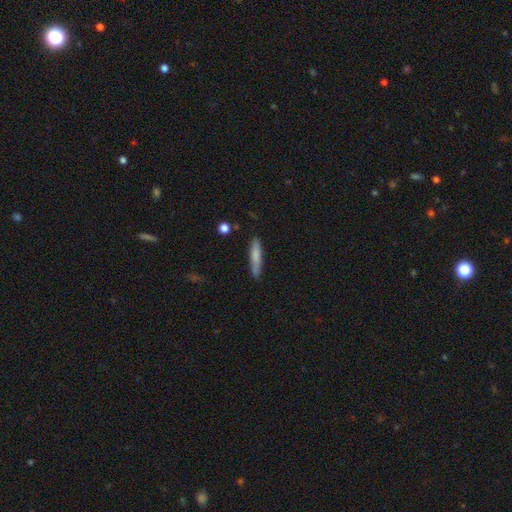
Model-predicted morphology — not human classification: type=smooth (75%); roundness=cigar-shaped (89%); merging=none (83%).